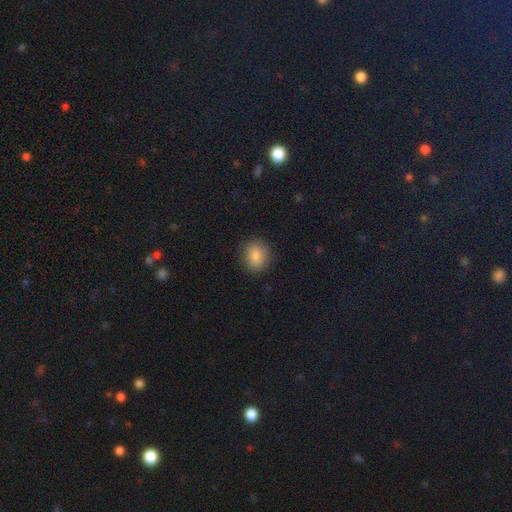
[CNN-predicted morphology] This is clearly a smooth galaxy (84%). How rounded: likely round (66%). Merging: clearly none (86%).